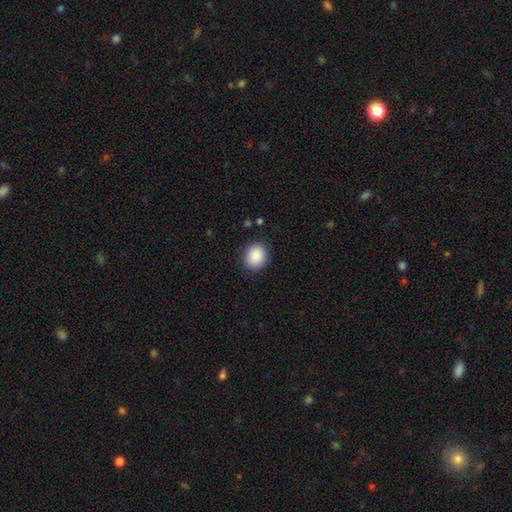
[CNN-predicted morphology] This is clearly a smooth galaxy (89%). How rounded: likely round (77%). Merging: clearly none (89%).